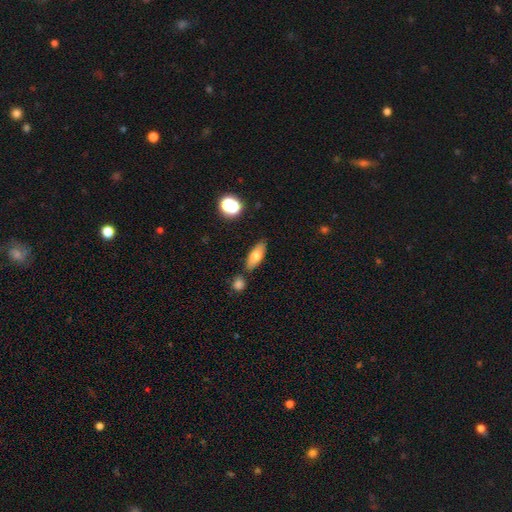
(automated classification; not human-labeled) This appears to be a smooth galaxy with no disk features (73%) that is in between round and cigar-shaped (72%). Merging: none (77%).